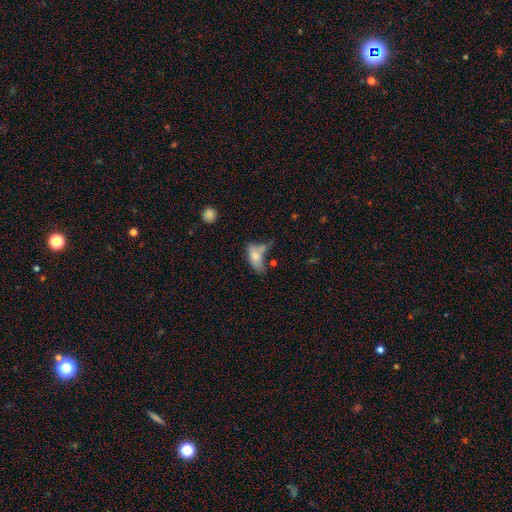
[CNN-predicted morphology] Smooth or featured?
  - smooth: 70% *
  - featured or disk: 21%
  - star or artifact: 9%
How rounded?
  - in between: 85% *
  - cigar-shaped: 10%
  - round: 4%
Merging?
  - none: 32% *
  - merger: 25%
  - minor disturbance: 25%
  - major disturbance: 19%